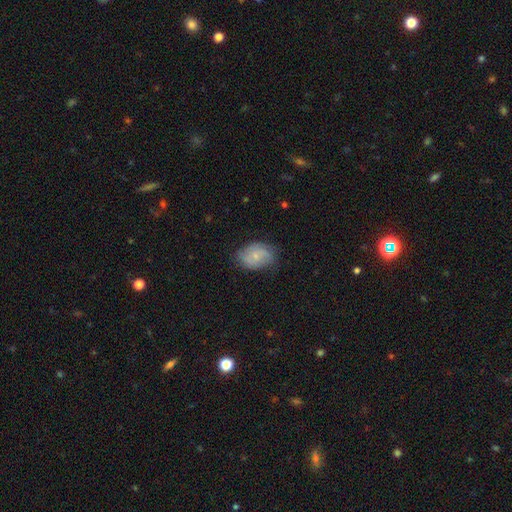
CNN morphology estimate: This appears to be a smooth galaxy with no disk features (47%). Merging: none (68%).